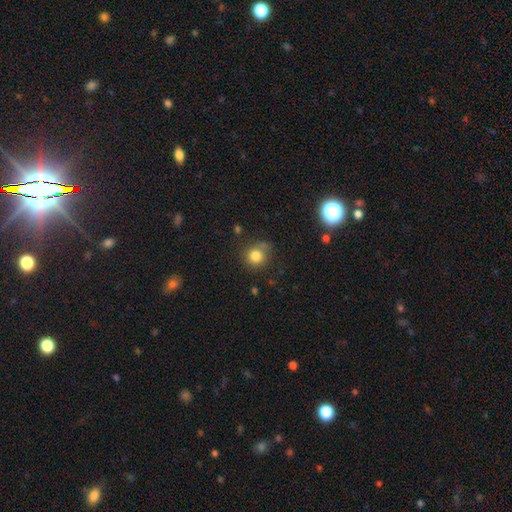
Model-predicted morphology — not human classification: The model was most divided on "merging": none: 67%, minor disturbance: 21%, major disturbance: 7%, merger: 4%. More confident: how rounded — round (86%); smooth or featured — smooth (81%).